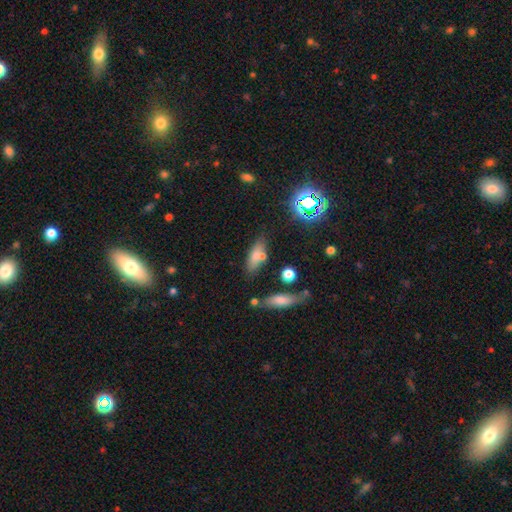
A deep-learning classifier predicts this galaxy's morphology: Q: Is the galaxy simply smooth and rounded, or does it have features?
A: smooth — 65%.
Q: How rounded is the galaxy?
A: in between — 57%.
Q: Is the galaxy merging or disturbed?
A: none — 63%.